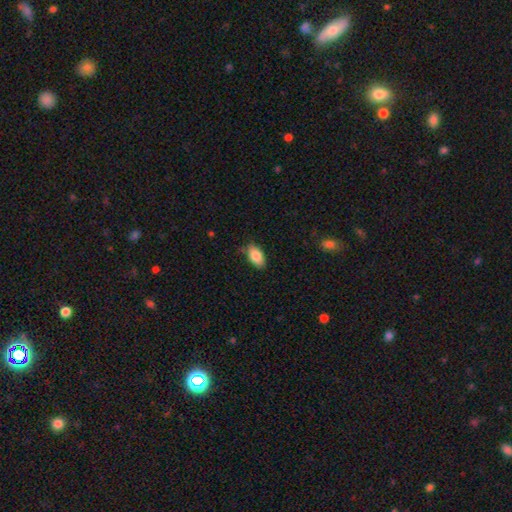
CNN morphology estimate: Smooth or featured?
  - smooth: 86% *
  - star or artifact: 7%
  - featured or disk: 7%
How rounded?
  - in between: 92% *
  - round: 5%
  - cigar-shaped: 3%
Merging?
  - none: 74% *
  - minor disturbance: 20%
  - major disturbance: 4%
  - merger: 2%